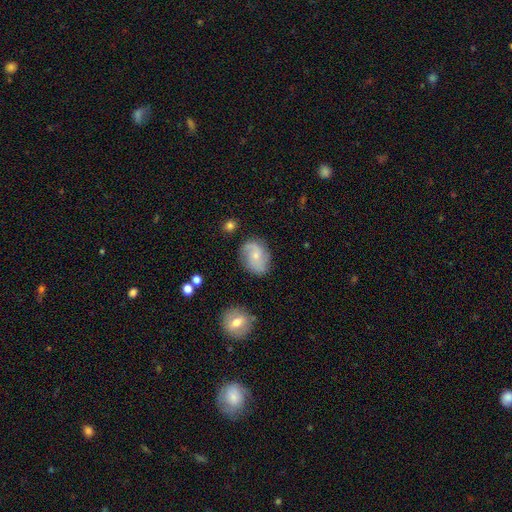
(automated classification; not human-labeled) featured or disk 66%, smooth 27%, star or artifact 8%. Down the decision tree: edge-on disk — no (97%); bar — no (66%); spiral arms — yes (92%); spiral arm count — 2 (75%); spiral winding — medium (41%); bulge size — small (64%); merging — none (75%).